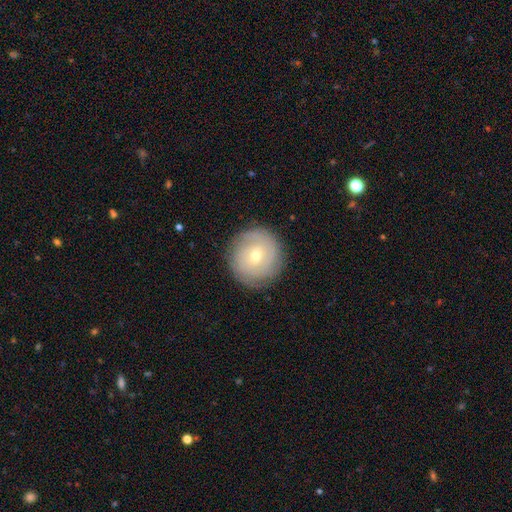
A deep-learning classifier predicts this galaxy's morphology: Smooth or featured? featured or disk (59%)
Edge-on disk? no (97%)
Bar? no (64%)
Spiral arms? yes (79%)
Bulge size? moderate (53%)
Merging? none (87%)